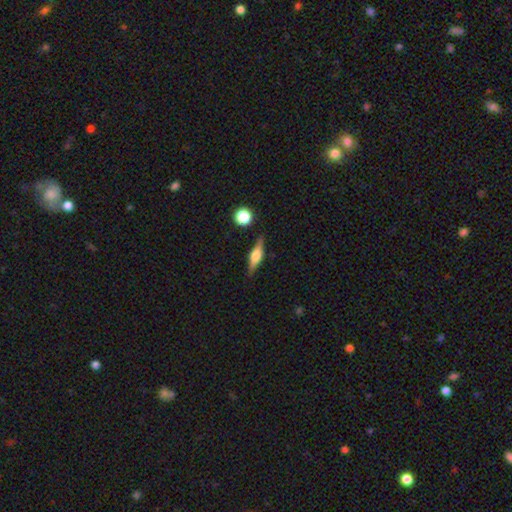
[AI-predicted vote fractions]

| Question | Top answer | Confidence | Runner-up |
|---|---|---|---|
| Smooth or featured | featured or disk | 62% | smooth (31%) |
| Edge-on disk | yes | 96% | no (4%) |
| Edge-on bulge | rounded | 87% | boxy (11%) |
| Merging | none | 85% | minor disturbance (10%) |